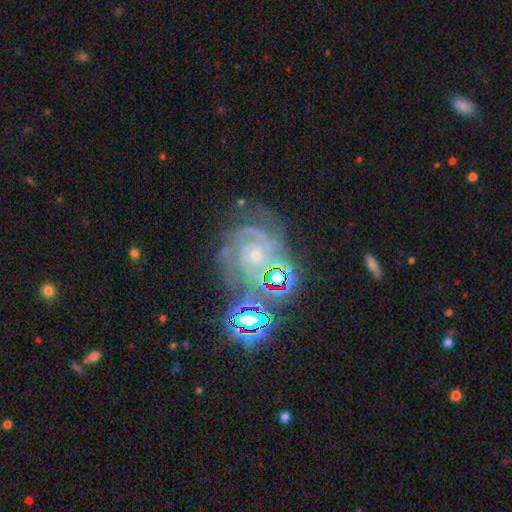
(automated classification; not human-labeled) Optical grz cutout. It shows a featured or disk galaxy (78%) with no bar (71%), 3 (33%) tight (68%) spiral arms (97%) and a small central bulge (72%). Merging: none (61%).